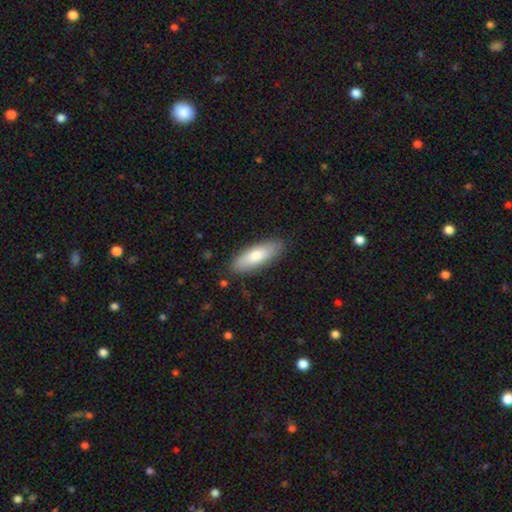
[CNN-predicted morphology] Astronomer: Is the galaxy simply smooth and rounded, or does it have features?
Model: smooth — 76%.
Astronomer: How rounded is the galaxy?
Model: in between — 57% (runner-up: cigar-shaped, 41%).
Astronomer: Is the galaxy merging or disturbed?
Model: none — 86%.